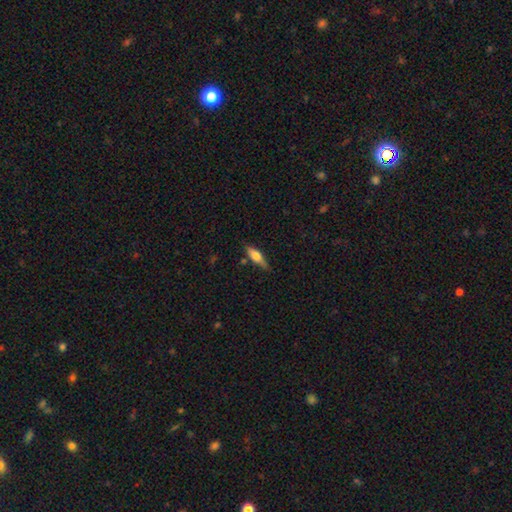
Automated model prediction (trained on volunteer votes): Smooth or featured? Predicted: smooth (p=0.60). How rounded? Predicted: cigar-shaped (p=0.55). Merging? Predicted: none (p=0.73).